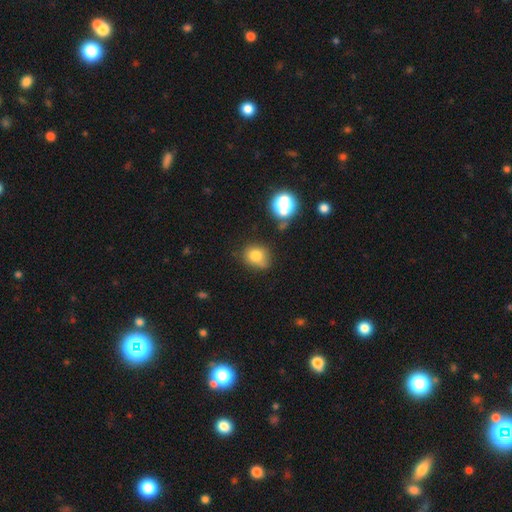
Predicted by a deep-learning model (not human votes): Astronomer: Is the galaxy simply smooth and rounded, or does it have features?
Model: smooth — 78%.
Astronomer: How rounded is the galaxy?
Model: round — 63%.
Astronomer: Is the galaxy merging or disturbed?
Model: none — 62%.